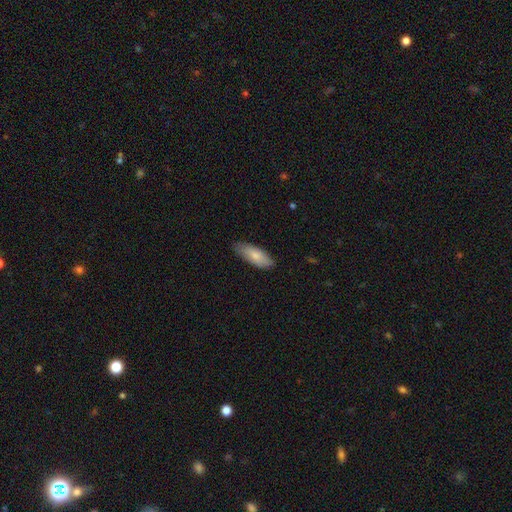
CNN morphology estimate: A smooth galaxy with no disk features (81%) that is in between round and cigar-shaped (75%).

Vote fractions:
- Smooth or featured? smooth: 81% / featured or disk: 14% / star or artifact: 5%
- How rounded? in between: 75% / cigar-shaped: 23% / round: 2%
- Merging? none: 76% / minor disturbance: 20% / major disturbance: 3% / merger: 1%